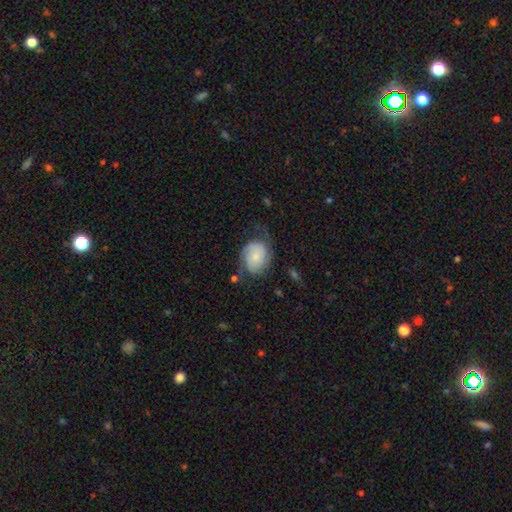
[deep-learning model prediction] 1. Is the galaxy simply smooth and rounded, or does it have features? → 46% featured or disk (tied), 46% smooth (tied), 8% star or artifact.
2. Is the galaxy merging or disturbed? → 49% none, 29% minor disturbance, 19% major disturbance, 2% merger.